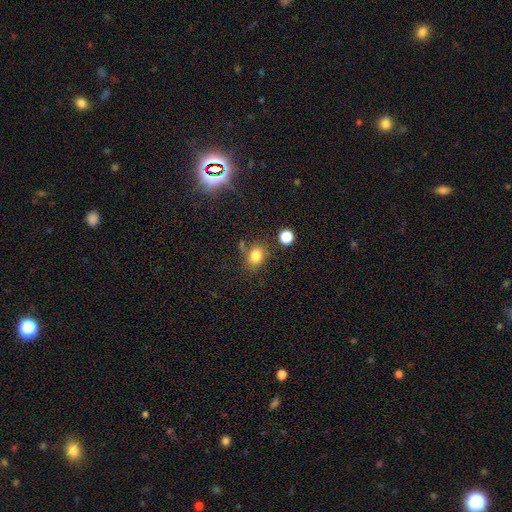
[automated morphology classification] type=smooth (79%); roundness=in between (52%); merging=none (70%).